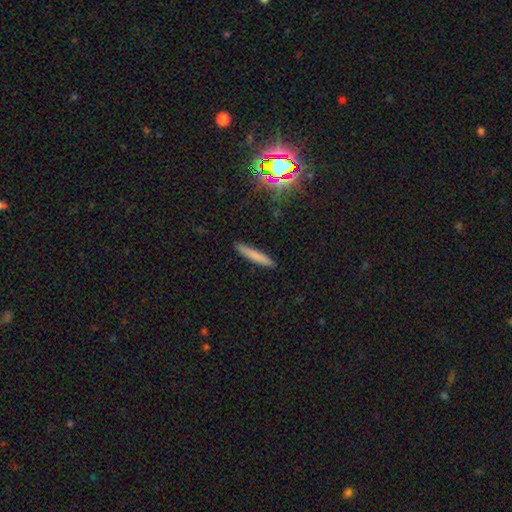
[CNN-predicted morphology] Smooth or featured?
  - smooth: 76% *
  - featured or disk: 15%
  - star or artifact: 9%
How rounded?
  - cigar-shaped: 92% *
  - in between: 6%
  - round: 1%
Merging?
  - none: 90% *
  - minor disturbance: 7%
  - major disturbance: 2%
  - merger: 1%